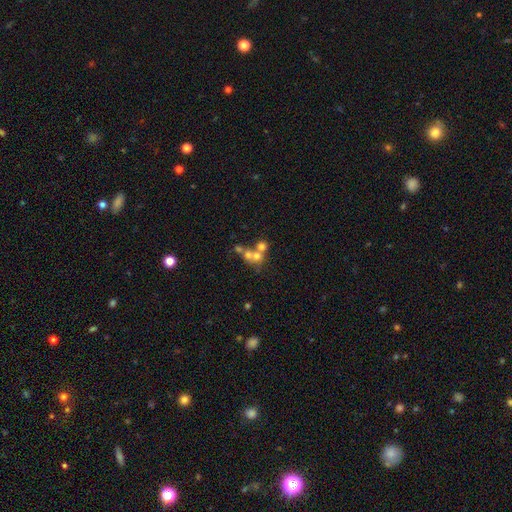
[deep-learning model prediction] Smooth or featured: smooth — 55% (featured or disk — 28%)
How rounded: round — 81% (in between — 18%)
Merging: merger — 57% (none — 32%)